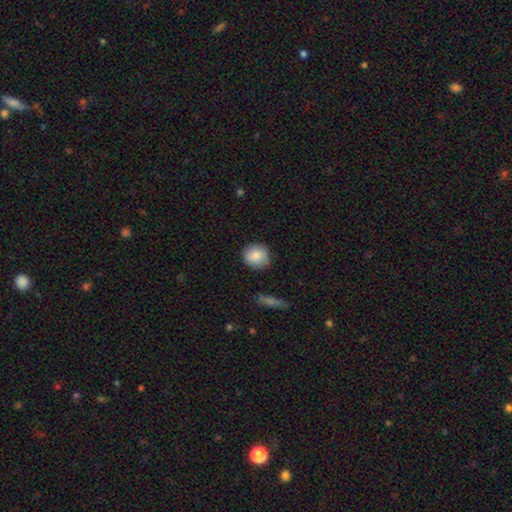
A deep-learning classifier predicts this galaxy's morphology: Smooth or featured? Predicted: smooth (p=0.86). How rounded? Predicted: round (p=0.88). Merging? Predicted: none (p=0.85).